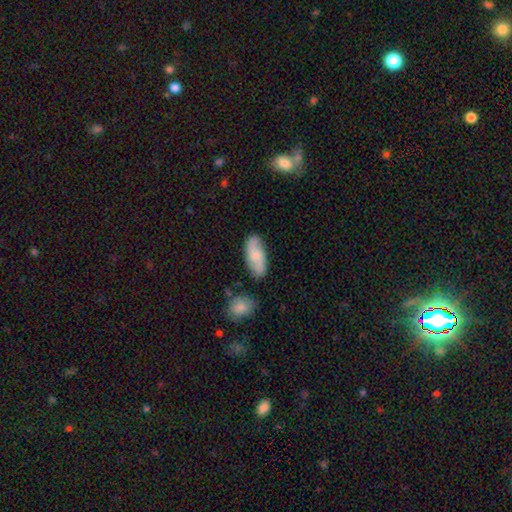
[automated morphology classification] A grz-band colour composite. It shows a smooth galaxy with no disk features (58%) that is in between round and cigar-shaped (85%). Merging: none (76%).